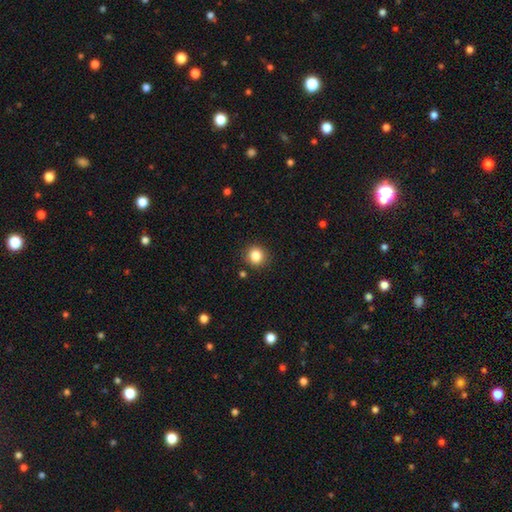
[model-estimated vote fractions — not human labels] Morphology: type=smooth (85%); roundness=round (90%); merging=none (89%).